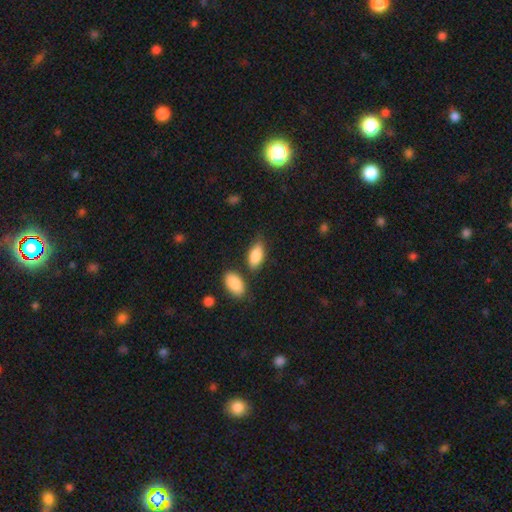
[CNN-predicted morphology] This is clearly a smooth galaxy (87%). How rounded: clearly in between (89%). Merging: likely none (67%).